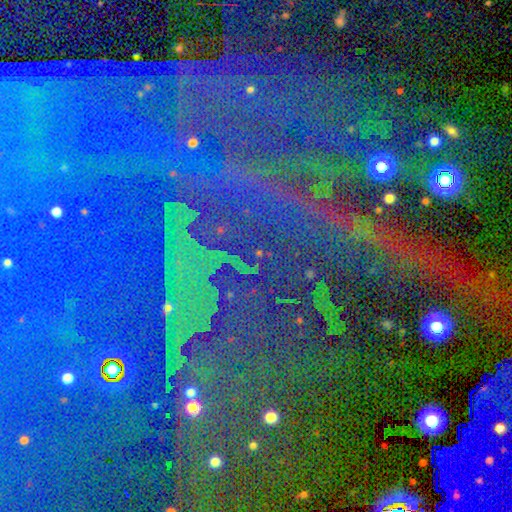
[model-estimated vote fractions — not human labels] A star or artifact, not a galaxy (86%).

Vote fractions:
- Smooth or featured? star or artifact: 86% / smooth: 7% / featured or disk: 7%